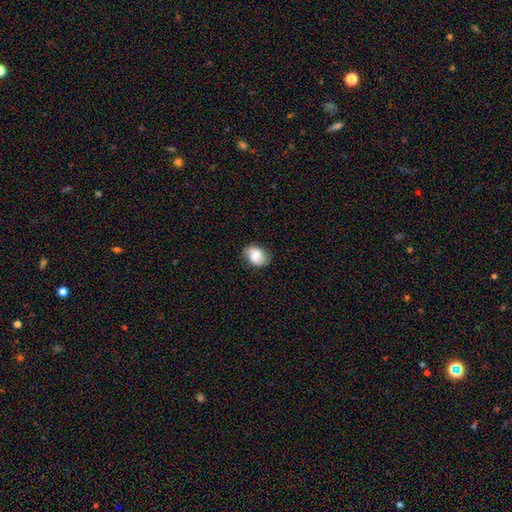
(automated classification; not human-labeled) Overall: smooth (72%). How rounded: in between (65%; round 34%). Merging: none (77%).